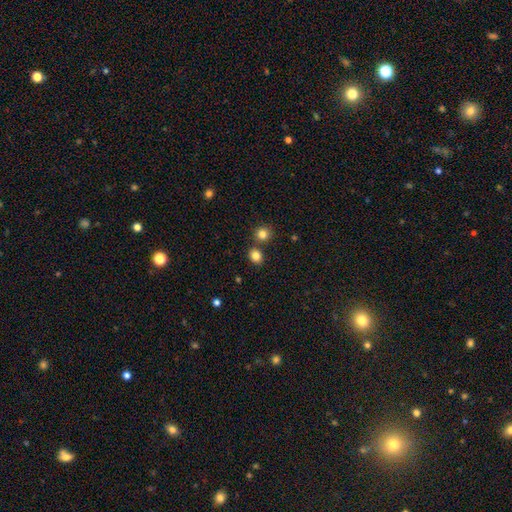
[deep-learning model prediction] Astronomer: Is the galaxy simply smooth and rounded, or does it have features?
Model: smooth — 83%.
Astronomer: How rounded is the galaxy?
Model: round — 62% (runner-up: in between, 37%).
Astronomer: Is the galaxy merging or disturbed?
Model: none — 75%.